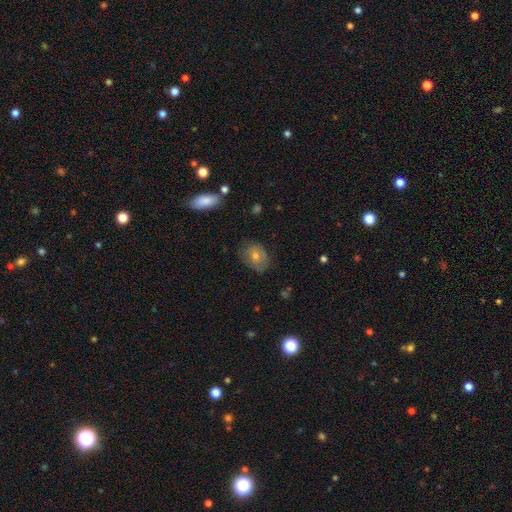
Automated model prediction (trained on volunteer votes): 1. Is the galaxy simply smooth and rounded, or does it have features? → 53% smooth, 35% featured or disk, 12% star or artifact.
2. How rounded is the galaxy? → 68% in between, 30% round, 1% cigar-shaped.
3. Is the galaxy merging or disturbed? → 77% none, 17% minor disturbance, 5% major disturbance, 1% merger.